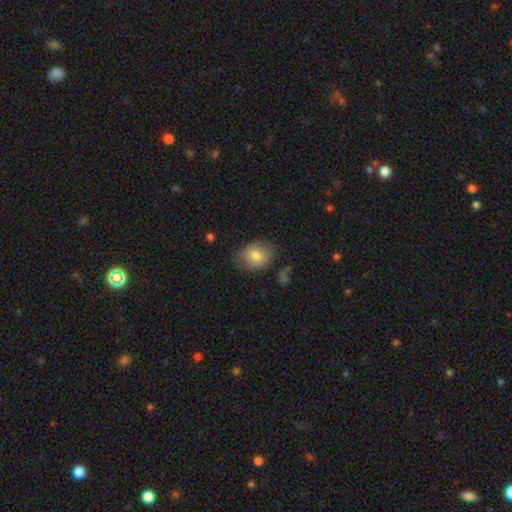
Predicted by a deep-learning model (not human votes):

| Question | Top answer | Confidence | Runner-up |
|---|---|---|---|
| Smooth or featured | smooth | 75% | featured or disk (17%) |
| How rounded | in between | 61% | round (38%) |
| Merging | none | 68% | minor disturbance (23%) |